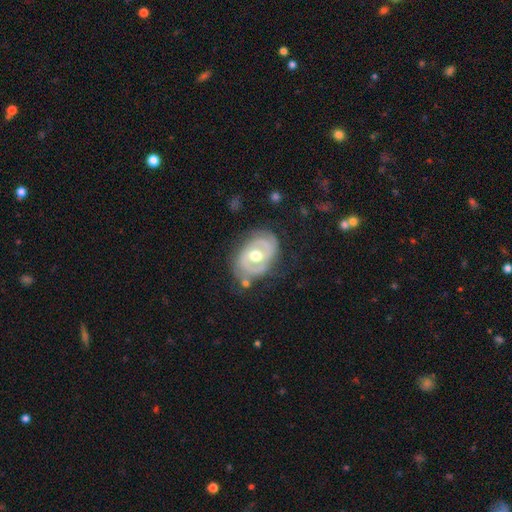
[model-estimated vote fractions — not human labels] Smooth or featured? Predicted: featured or disk (p=0.79). Edge-on disk? Predicted: no (p=0.96). Bar? Predicted: no (p=0.60). Spiral arms? Predicted: yes (p=0.76). Spiral winding? Predicted: tight (p=0.53). Spiral arm count? Predicted: 2 (p=0.68). Bulge size? Predicted: moderate (p=0.78). Merging? Predicted: none (p=0.69).